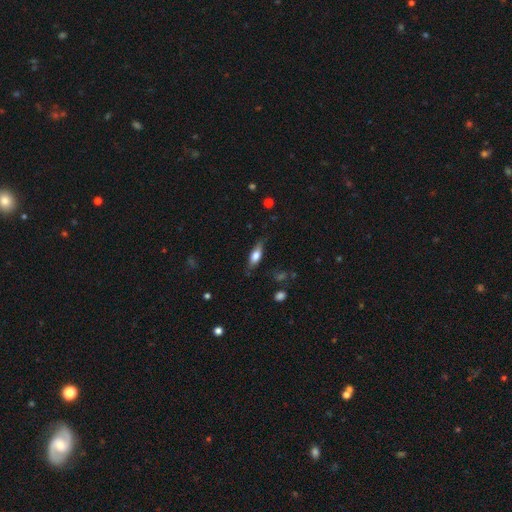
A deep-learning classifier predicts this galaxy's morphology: Overall: smooth (66%; featured or disk 26%). How rounded: in between (63%; cigar-shaped 34%). Merging: none (74%).